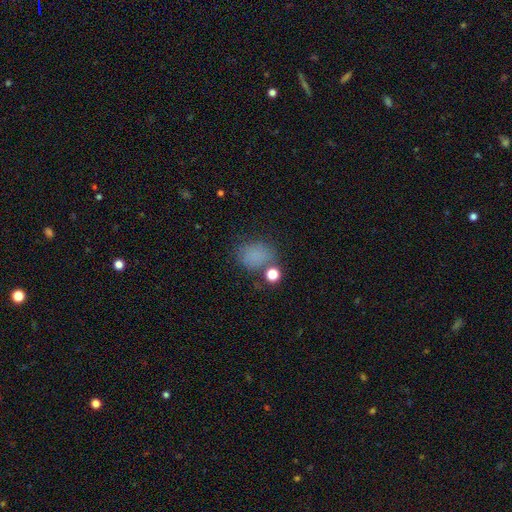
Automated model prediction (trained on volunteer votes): Smooth or featured: smooth — 75% (star or artifact — 17%)
How rounded: round — 52% (in between — 47%)
Merging: none — 64% (minor disturbance — 18%)